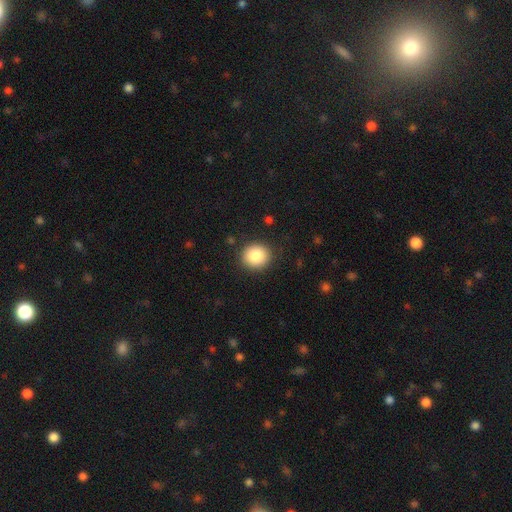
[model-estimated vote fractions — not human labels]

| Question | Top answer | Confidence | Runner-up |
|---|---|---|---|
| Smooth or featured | smooth | 85% | star or artifact (9%) |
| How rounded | round | 85% | in between (14%) |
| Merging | none | 89% | minor disturbance (8%) |